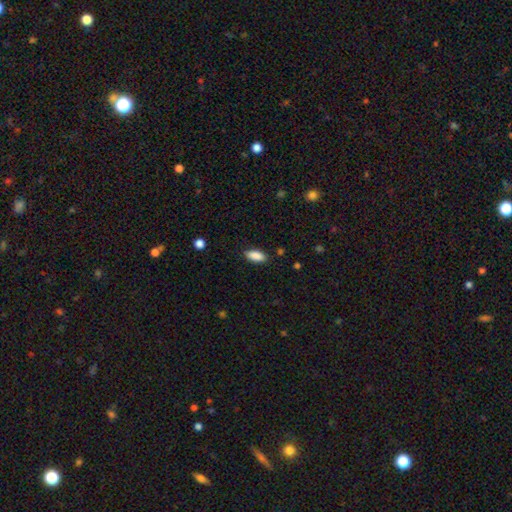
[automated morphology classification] This is clearly a smooth galaxy (89%). How rounded: clearly in between (86%). Merging: clearly none (87%).